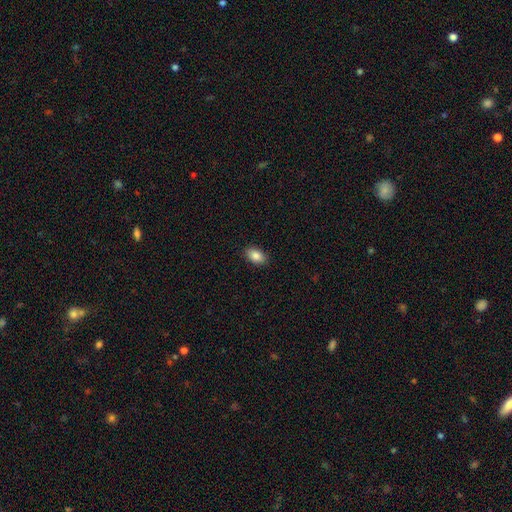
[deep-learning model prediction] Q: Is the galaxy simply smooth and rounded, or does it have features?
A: smooth — 87%.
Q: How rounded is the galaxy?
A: in between — 90%.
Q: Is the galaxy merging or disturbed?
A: none — 90%.